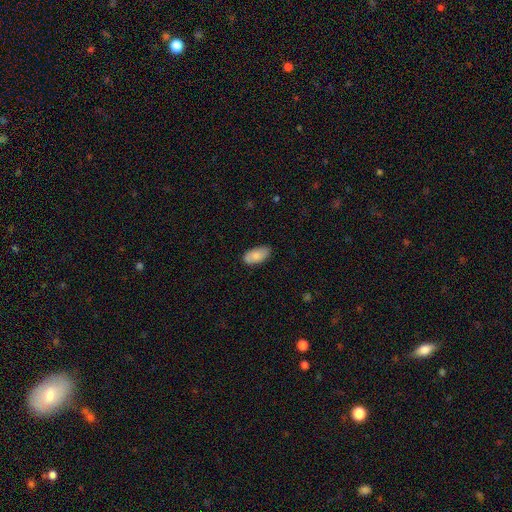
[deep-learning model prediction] smooth-or-featured: smooth: 80% | featured or disk: 13% | star or artifact: 6%
  how-rounded: in between: 94% | cigar-shaped: 4% | round: 3%
  merging: none: 79% | minor disturbance: 17% | major disturbance: 3% | merger: 2%